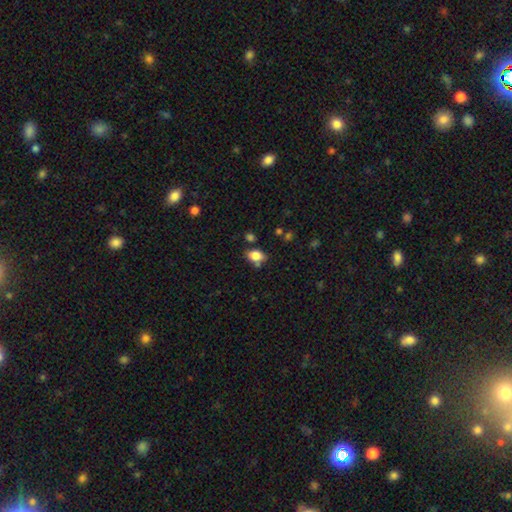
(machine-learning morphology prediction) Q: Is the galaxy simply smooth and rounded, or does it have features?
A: smooth — 83%.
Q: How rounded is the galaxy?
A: in between — 79%.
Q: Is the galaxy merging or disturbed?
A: none — 69%.